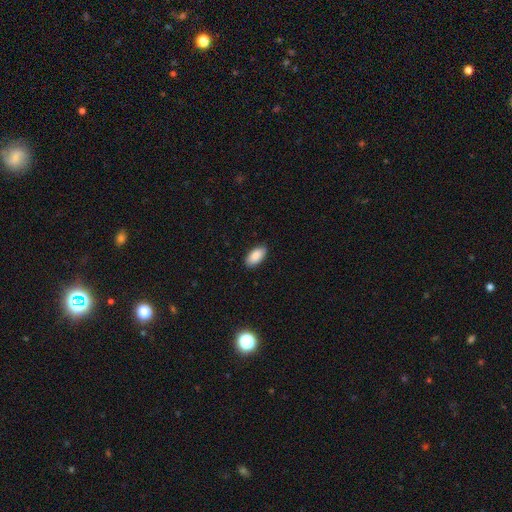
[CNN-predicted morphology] A smooth galaxy with no disk features (89%) that is in between round and cigar-shaped (94%).

Vote fractions:
- Smooth or featured? smooth: 89% / star or artifact: 6% / featured or disk: 5%
- How rounded? in between: 94% / cigar-shaped: 3% / round: 2%
- Merging? none: 88% / minor disturbance: 9% / major disturbance: 2% / merger: 1%